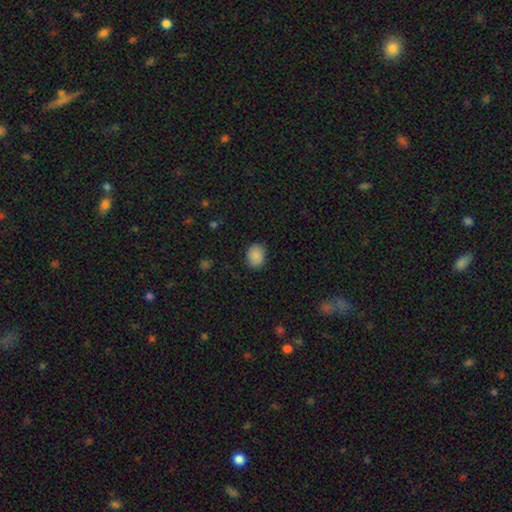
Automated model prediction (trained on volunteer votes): This appears to be a smooth galaxy with no disk features (88%) that is in between round and cigar-shaped (61%). Merging: none (86%).